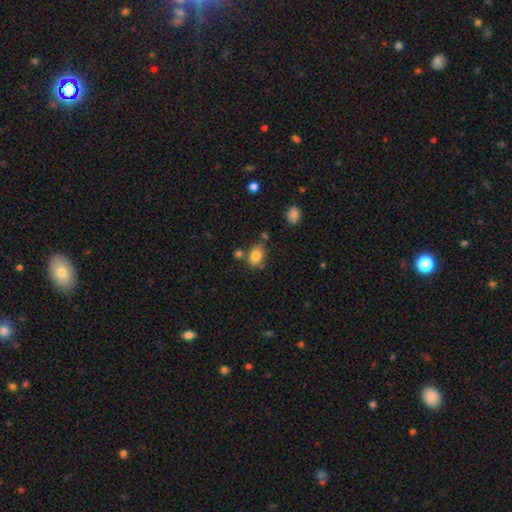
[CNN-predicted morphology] smooth_or_featured: smooth (p=0.82) [alt: star or artifact p=0.10]
how_rounded: in between (p=0.74) [alt: round p=0.25]
merging: none (p=0.67) [alt: minor disturbance p=0.17]